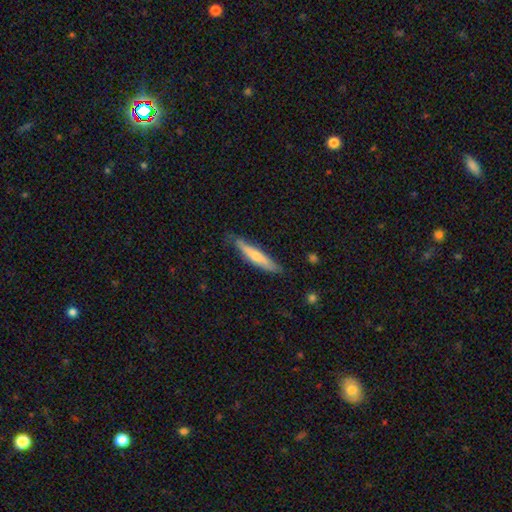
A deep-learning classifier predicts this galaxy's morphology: smooth 48%, featured or disk 46%, star or artifact 6%. Down the decision tree: merging — none (77%).